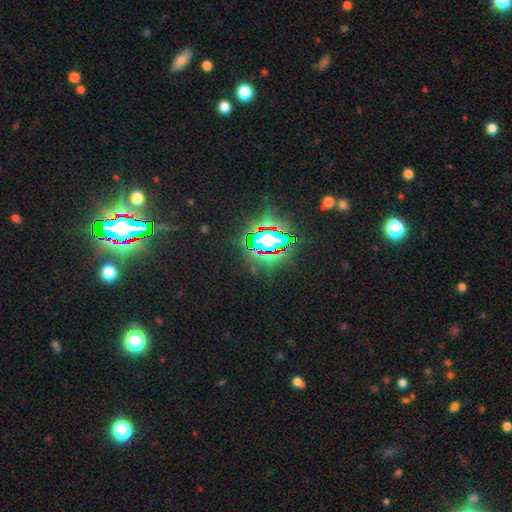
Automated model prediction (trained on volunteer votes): A star or artifact, not a galaxy (85%).

Vote fractions:
- Smooth or featured? star or artifact: 85% / smooth: 8% / featured or disk: 7%